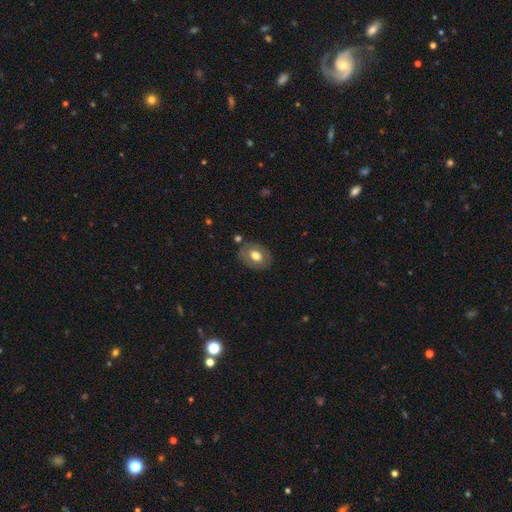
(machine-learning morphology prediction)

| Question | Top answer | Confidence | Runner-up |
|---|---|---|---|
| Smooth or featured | smooth | 64% | featured or disk (29%) |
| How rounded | in between | 63% | round (36%) |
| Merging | none | 79% | minor disturbance (13%) |